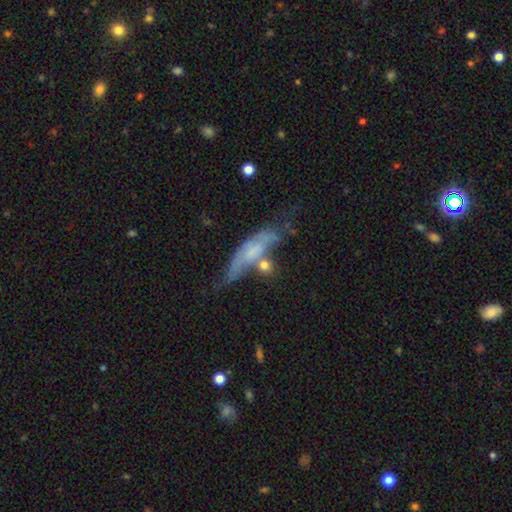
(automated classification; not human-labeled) Smooth or featured: featured or disk — 48% (smooth — 42%)
Merging: none — 33% (minor disturbance — 26%)